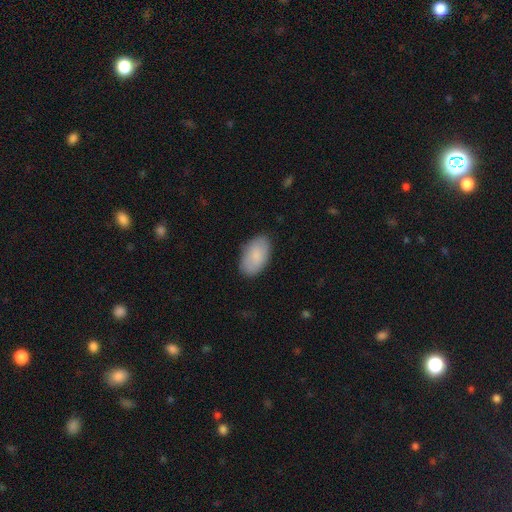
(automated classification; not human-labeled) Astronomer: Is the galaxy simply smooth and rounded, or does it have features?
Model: smooth — 87%.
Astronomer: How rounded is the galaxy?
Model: in between — 95%.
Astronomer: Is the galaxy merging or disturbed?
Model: none — 84%.